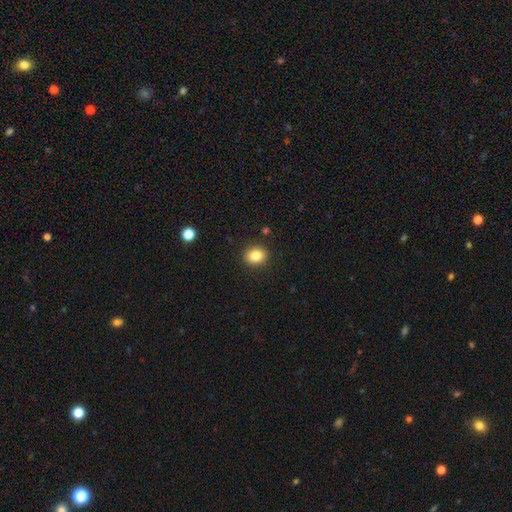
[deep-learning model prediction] Morphology: type=smooth (83%); roundness=round (60%); merging=none (90%).